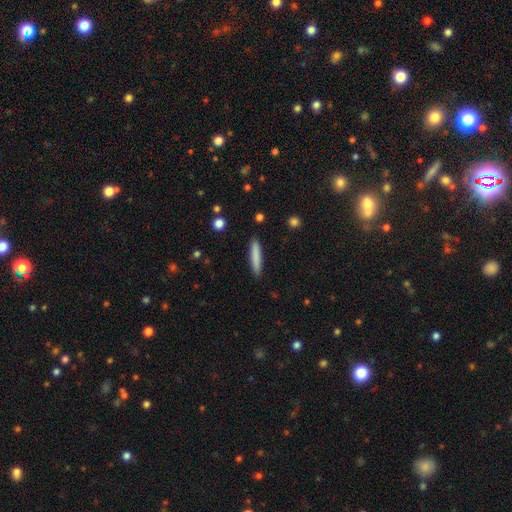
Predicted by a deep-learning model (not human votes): This appears to be a smooth galaxy with no disk features (81%) that is cigar-shaped (91%). Merging: none (89%).